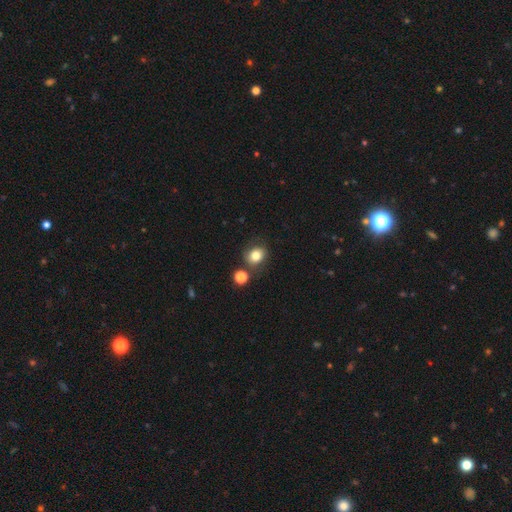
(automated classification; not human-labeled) smooth_or_featured: smooth (p=0.80) [alt: star or artifact p=0.11]
how_rounded: round (p=0.65) [alt: in between p=0.34]
merging: none (p=0.71) [alt: minor disturbance p=0.14]